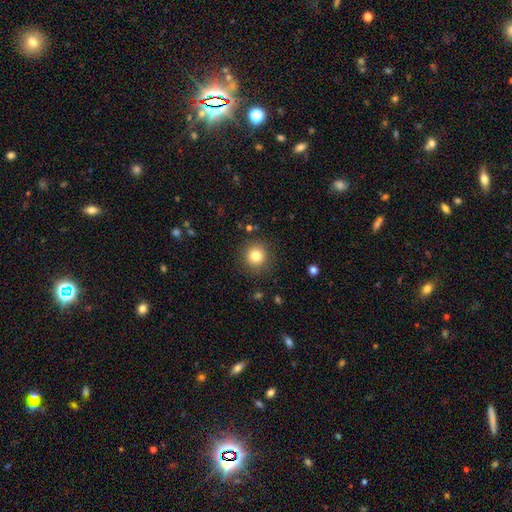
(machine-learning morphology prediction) A smooth galaxy with no disk features (82%) that is round (93%).

Vote fractions:
- Smooth or featured? smooth: 82% / star or artifact: 11% / featured or disk: 7%
- How rounded? round: 93% / in between: 6% / cigar-shaped: 1%
- Merging? none: 88% / minor disturbance: 8% / major disturbance: 3% / merger: 1%